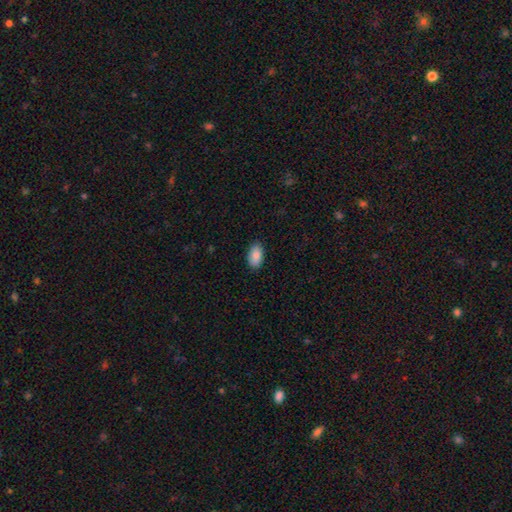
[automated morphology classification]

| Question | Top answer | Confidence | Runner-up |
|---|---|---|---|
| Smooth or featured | smooth | 89% | star or artifact (7%) |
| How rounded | in between | 93% | round (5%) |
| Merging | none | 87% | minor disturbance (10%) |